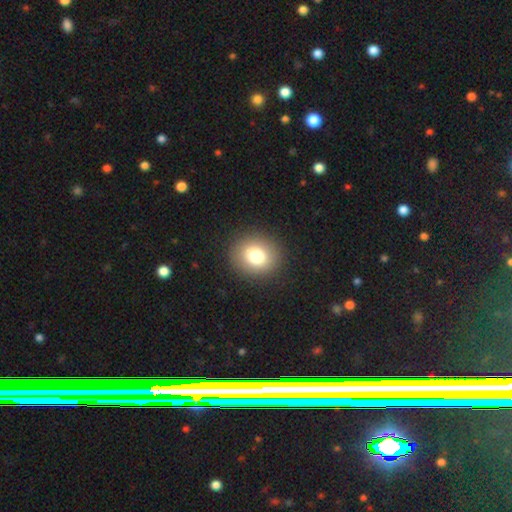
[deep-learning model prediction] Smooth or featured? smooth (78%)
How rounded? round (79%)
Merging? none (91%)